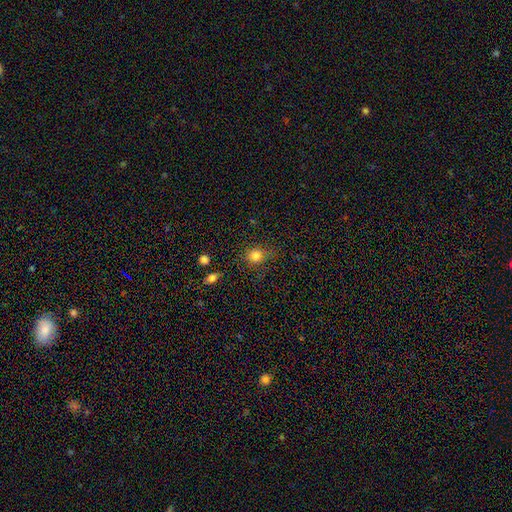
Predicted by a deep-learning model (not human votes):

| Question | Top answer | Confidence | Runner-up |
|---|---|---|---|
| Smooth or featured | smooth | 82% | star or artifact (12%) |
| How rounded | round | 77% | in between (22%) |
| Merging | none | 71% | minor disturbance (20%) |